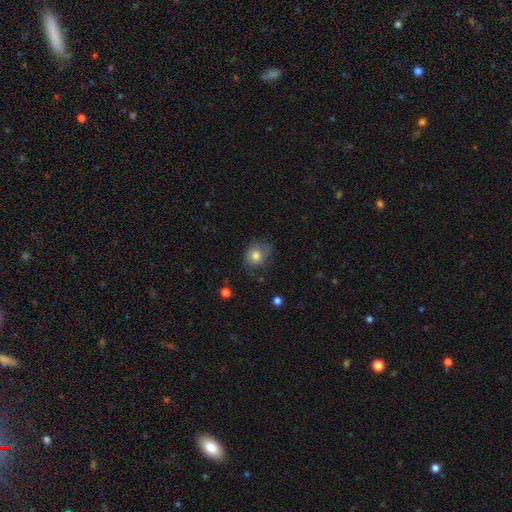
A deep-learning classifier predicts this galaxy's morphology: Smooth or featured?
  - smooth: 76% *
  - featured or disk: 15%
  - star or artifact: 9%
How rounded?
  - round: 67% *
  - in between: 33%
  - cigar-shaped: 1%
Merging?
  - none: 59% *
  - minor disturbance: 28%
  - major disturbance: 12%
  - merger: 2%